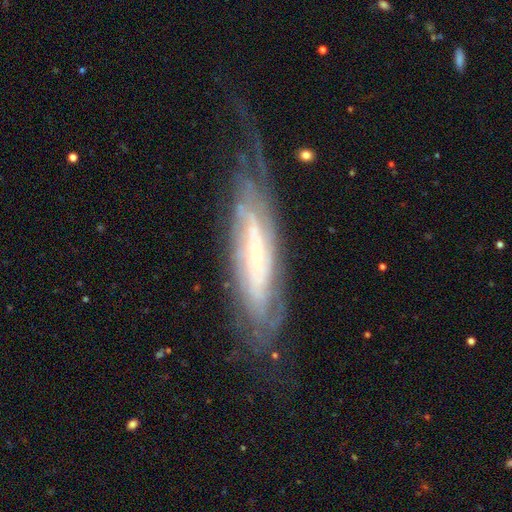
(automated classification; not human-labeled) A featured or disk galaxy (81%) with no bar (57%), tight (64%) spiral arms (90%) and a small central bulge (79%).

Vote fractions:
- Smooth or featured? featured or disk: 81% / smooth: 12% / star or artifact: 7%
- Edge-on disk? no: 74% / yes: 26%
- Bar? no: 57% / weak: 27% / strong: 17%
- Spiral arms? yes: 90% / no: 10%
- Spiral winding? tight: 64% / medium: 27% / loose: 10%
- Spiral arm count? can't tell: 54% / 2: 21% / 3: 8% / 4: 7% / more than 4: 6% / 1: 5%
- Bulge size? small: 79% / moderate: 14% / none: 3% / large: 2% / dominant: 1%
- Merging? none: 58% / minor disturbance: 23% / major disturbance: 17% / merger: 2%